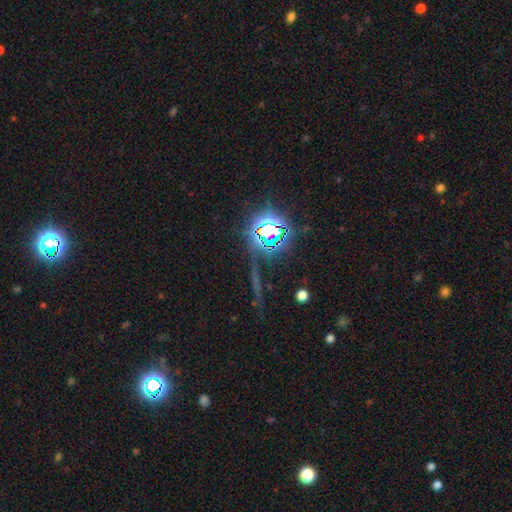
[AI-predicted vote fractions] Smooth or featured? Predicted: star or artifact (p=0.78).